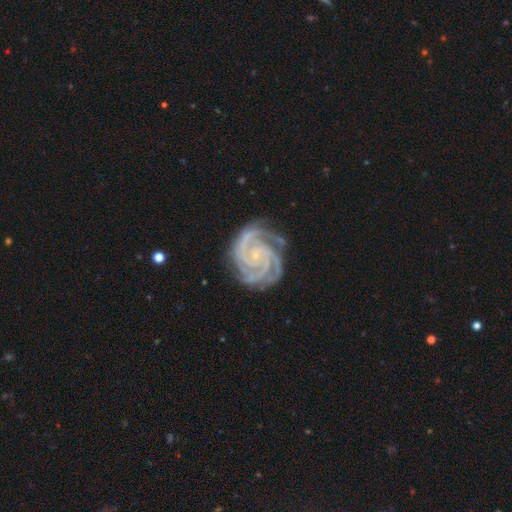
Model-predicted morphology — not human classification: A featured or disk galaxy (93%) with no bar (67%), 3 (41%) tight (79%) spiral arms (99%) and a small central bulge (85%).

Vote fractions:
- Smooth or featured? featured or disk: 93% / star or artifact: 4% / smooth: 3%
- Edge-on disk? no: 98% / yes: 2%
- Bar? no: 67% / weak: 22% / strong: 11%
- Spiral arms? yes: 99% / no: 1%
- Spiral winding? tight: 79% / medium: 19% / loose: 2%
- Spiral arm count? 3: 41% / 4: 22% / 2: 15% / can't tell: 8% / more than 4: 7% / 1: 7%
- Bulge size? small: 85% / moderate: 8% / none: 5% / large: 1% / dominant: 1%
- Merging? none: 78% / minor disturbance: 16% / major disturbance: 4% / merger: 2%